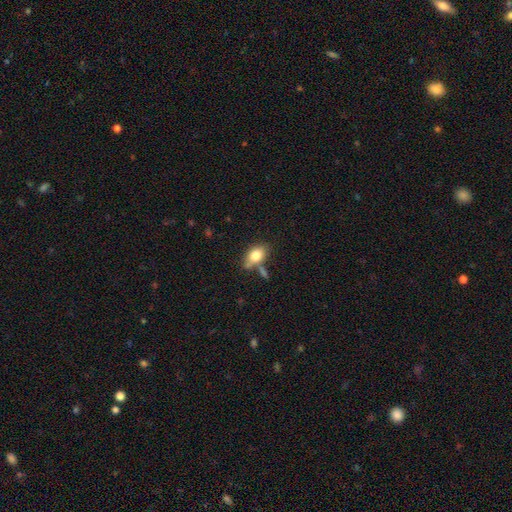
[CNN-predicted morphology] The model was most divided on "merging": none: 55%, merger: 19%, minor disturbance: 19%, major disturbance: 7%. More confident: how rounded — in between (81%); smooth or featured — smooth (79%).